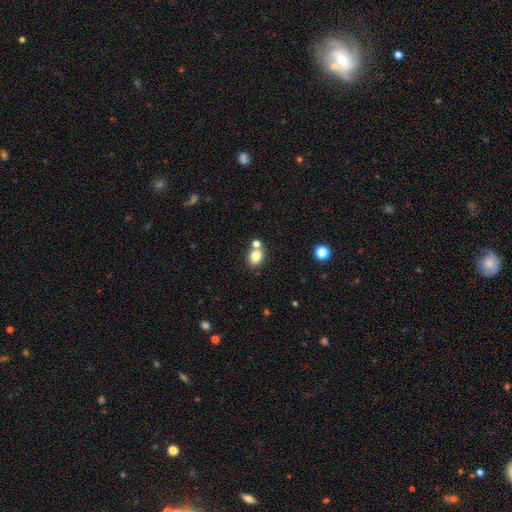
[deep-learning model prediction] Smooth or featured: smooth — 80% (star or artifact — 11%)
How rounded: in between — 58% (round — 41%)
Merging: none — 63% (merger — 23%)